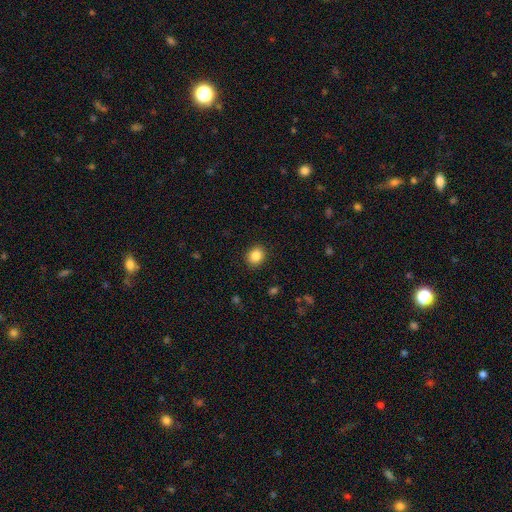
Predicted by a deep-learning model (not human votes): The model was most divided on "how rounded": round: 67%, in between: 32%, cigar-shaped: 1%. More confident: merging — none (90%); smooth or featured — smooth (86%).